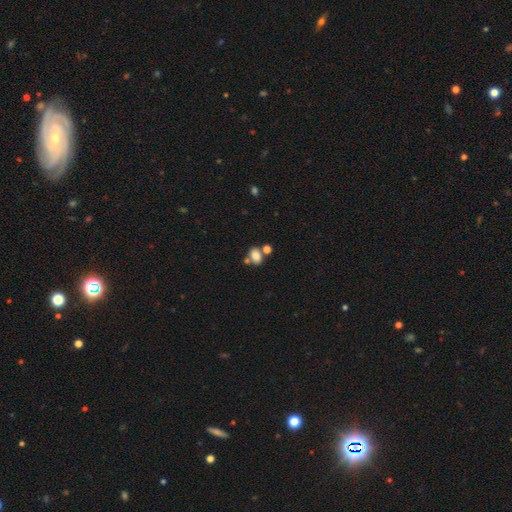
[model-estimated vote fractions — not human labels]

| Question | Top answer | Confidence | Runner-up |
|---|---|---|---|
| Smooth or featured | smooth | 81% | star or artifact (11%) |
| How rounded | in between | 76% | round (23%) |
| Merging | none | 47% | merger (33%) |